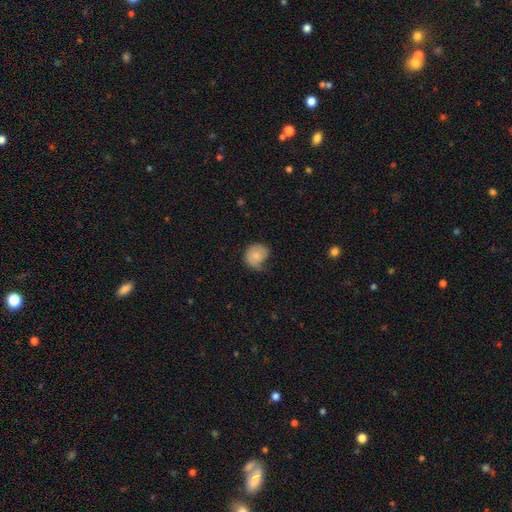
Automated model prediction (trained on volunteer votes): This is likely a smooth galaxy (69%). How rounded: likely round (69%). Merging: marginally minor disturbance (39%).